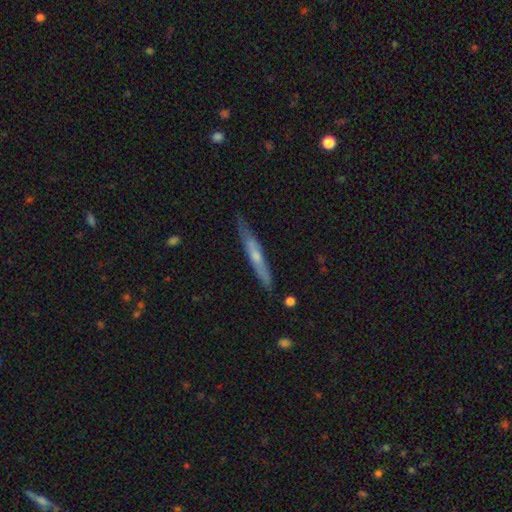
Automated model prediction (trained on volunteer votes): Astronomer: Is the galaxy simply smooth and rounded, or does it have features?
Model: featured or disk — 52% (runner-up: smooth, 42%).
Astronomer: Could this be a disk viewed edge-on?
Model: yes — 91%.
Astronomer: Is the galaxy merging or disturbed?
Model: none — 82%.